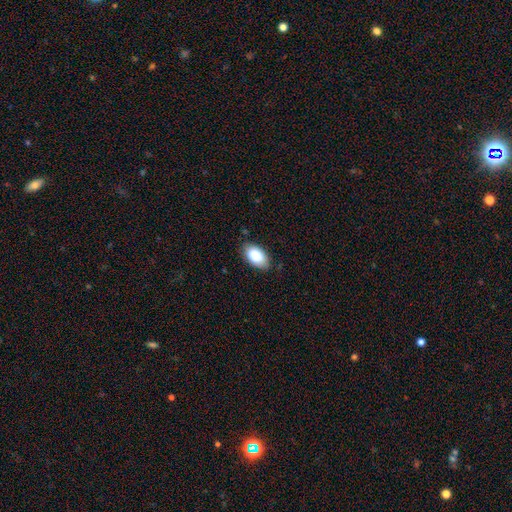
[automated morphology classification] Smooth or featured?
  - smooth: 89% *
  - star or artifact: 6%
  - featured or disk: 5%
How rounded?
  - in between: 95% *
  - round: 4%
  - cigar-shaped: 1%
Merging?
  - none: 80% *
  - minor disturbance: 16%
  - major disturbance: 3%
  - merger: 1%